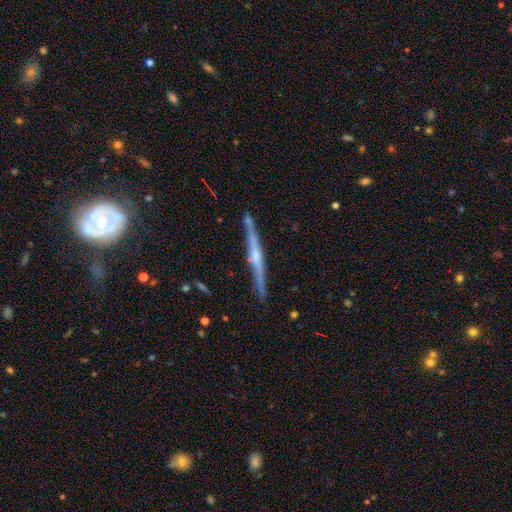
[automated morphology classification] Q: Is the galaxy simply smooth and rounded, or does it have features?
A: featured or disk — 80%.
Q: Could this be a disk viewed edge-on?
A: yes — 98%.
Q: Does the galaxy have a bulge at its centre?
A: rounded — 73%.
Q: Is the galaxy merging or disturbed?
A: none — 88%.